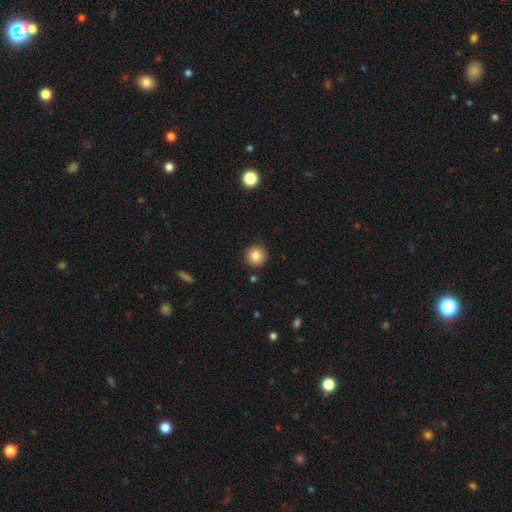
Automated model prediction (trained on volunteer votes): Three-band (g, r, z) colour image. It shows a smooth galaxy with no disk features (84%) that is round (95%). Merging: none (91%).